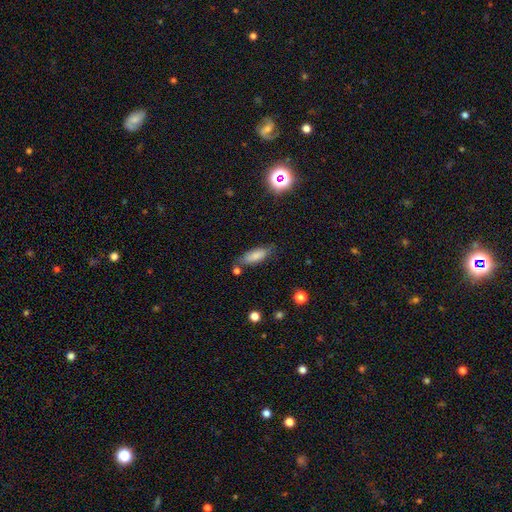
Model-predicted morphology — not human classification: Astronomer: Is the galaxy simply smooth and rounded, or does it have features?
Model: smooth — 80%.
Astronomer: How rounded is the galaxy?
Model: in between — 69%.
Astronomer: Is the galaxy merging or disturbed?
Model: none — 69%.